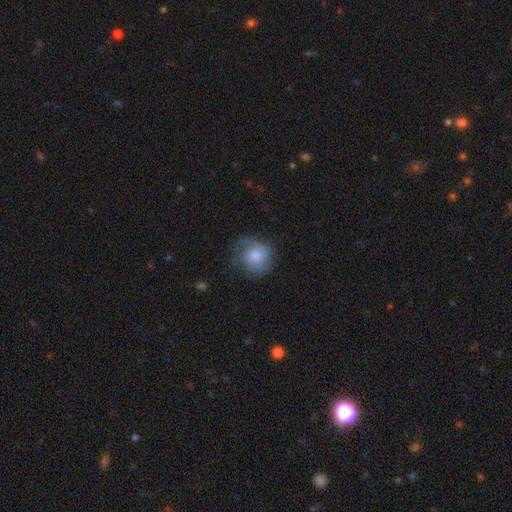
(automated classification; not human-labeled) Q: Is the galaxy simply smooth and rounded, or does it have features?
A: smooth — 64%.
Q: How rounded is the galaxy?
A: round — 82%.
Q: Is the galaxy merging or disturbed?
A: none — 61%.